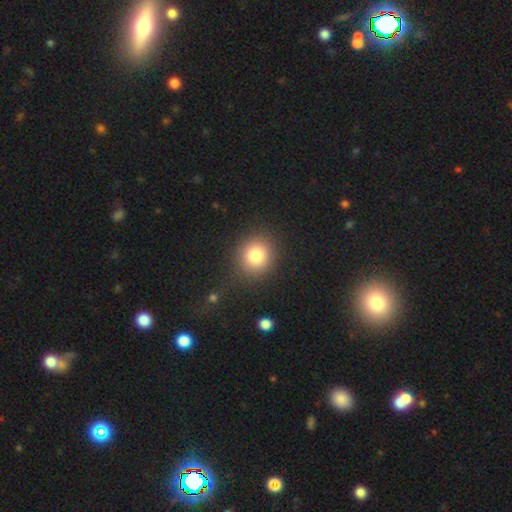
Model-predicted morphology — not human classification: smooth-or-featured: smooth: 82% | star or artifact: 11% | featured or disk: 7%
  how-rounded: round: 84% | in between: 15% | cigar-shaped: 1%
  merging: none: 86% | minor disturbance: 8% | major disturbance: 3% | merger: 2%